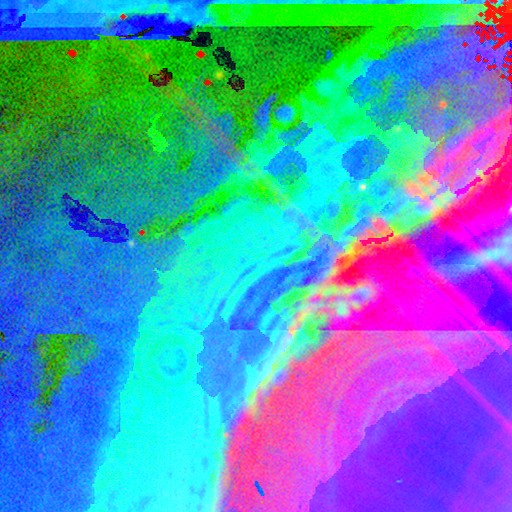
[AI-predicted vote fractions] Morphology: type=star or artifact (85%).